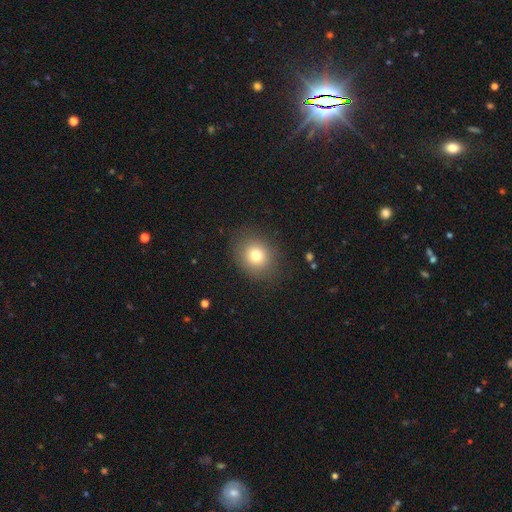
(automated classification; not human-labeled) Overall: smooth (77%). How rounded: round (72%). Merging: none (84%).